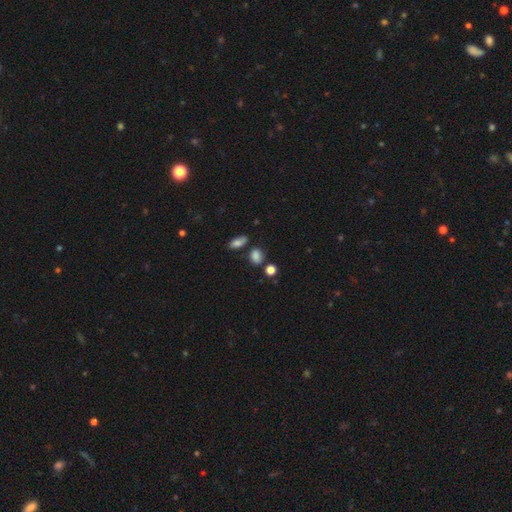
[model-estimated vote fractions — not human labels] This is clearly a smooth galaxy (82%). How rounded: possibly in between (52%). Merging: likely none (70%).